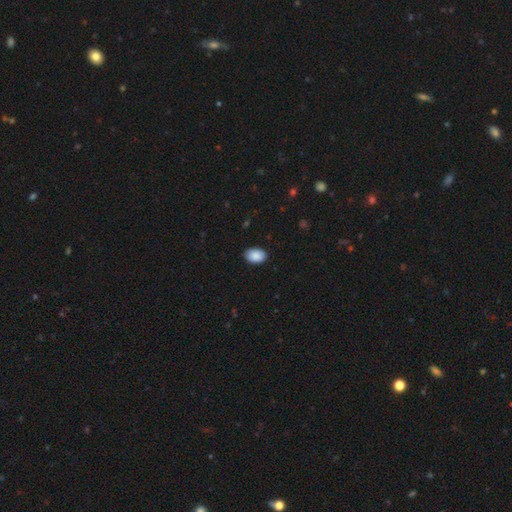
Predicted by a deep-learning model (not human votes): Smooth or featured? Predicted: smooth (p=0.90). How rounded? Predicted: in between (p=0.89). Merging? Predicted: none (p=0.88).